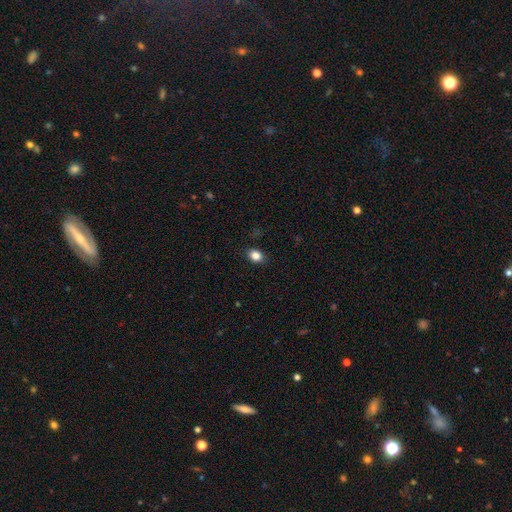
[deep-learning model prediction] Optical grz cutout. It shows a smooth galaxy with no disk features (84%) that is in between round and cigar-shaped (63%). Merging: none (87%).